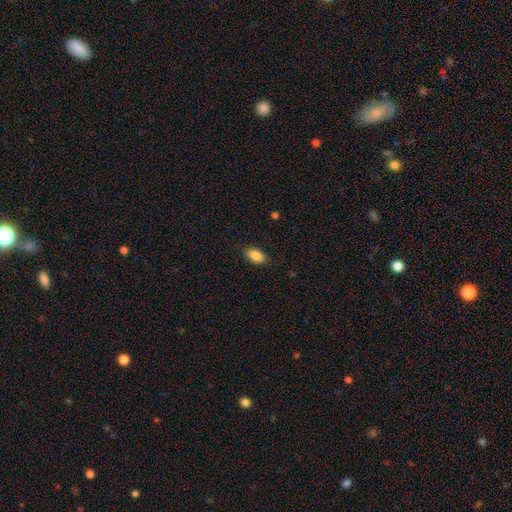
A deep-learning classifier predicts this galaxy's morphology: A smooth galaxy with no disk features (86%) that is in between round and cigar-shaped (90%).

Vote fractions:
- Smooth or featured? smooth: 86% / star or artifact: 7% / featured or disk: 7%
- How rounded? in between: 90% / cigar-shaped: 6% / round: 4%
- Merging? none: 86% / minor disturbance: 11% / major disturbance: 3% / merger: 1%